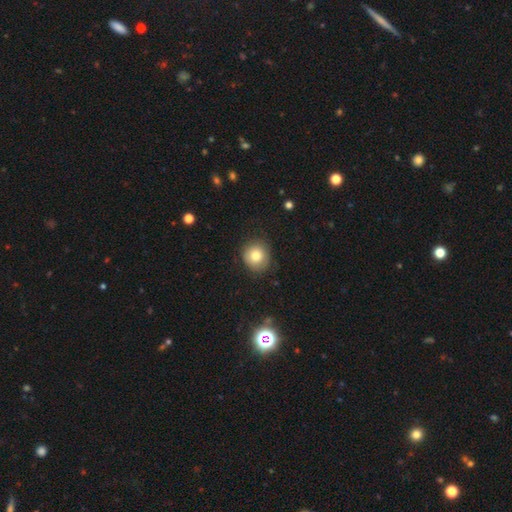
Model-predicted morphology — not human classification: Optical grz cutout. It shows a smooth galaxy with no disk features (79%) that is round (86%). Merging: none (81%).